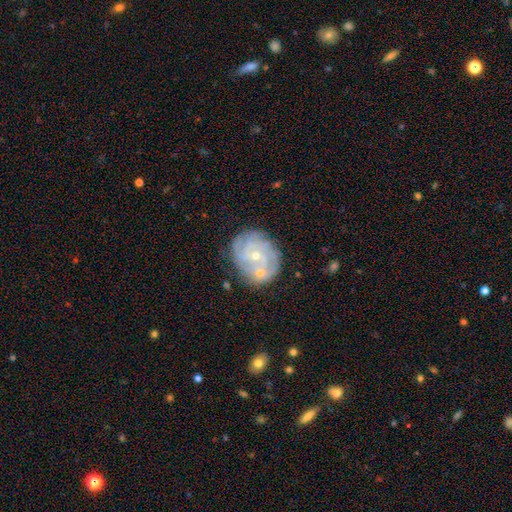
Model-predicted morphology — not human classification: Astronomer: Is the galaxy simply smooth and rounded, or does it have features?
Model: featured or disk — 76%.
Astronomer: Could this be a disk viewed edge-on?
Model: no — 98%.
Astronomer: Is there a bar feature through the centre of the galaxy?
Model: no — 75%.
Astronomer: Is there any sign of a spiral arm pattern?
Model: yes — 86%.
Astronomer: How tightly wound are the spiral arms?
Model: tight — 61%.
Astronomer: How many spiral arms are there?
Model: can't tell — 33% (runner-up: 3, 24%).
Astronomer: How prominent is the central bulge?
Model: small — 66%.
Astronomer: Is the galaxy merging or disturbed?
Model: none — 62%.